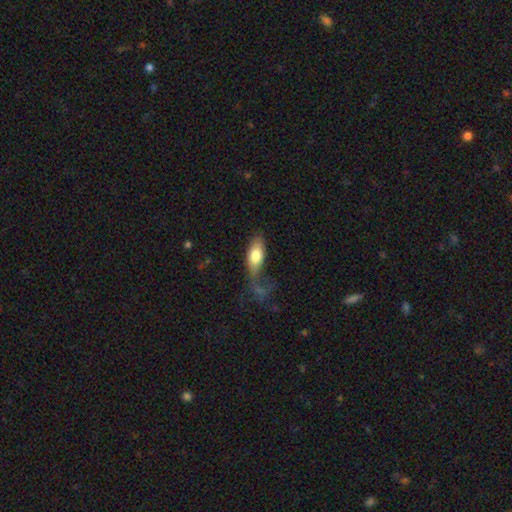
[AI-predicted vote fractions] Smooth or featured: smooth — 73% (featured or disk — 20%)
How rounded: in between — 84% (cigar-shaped — 12%)
Merging: major disturbance — 35% (none — 33%)